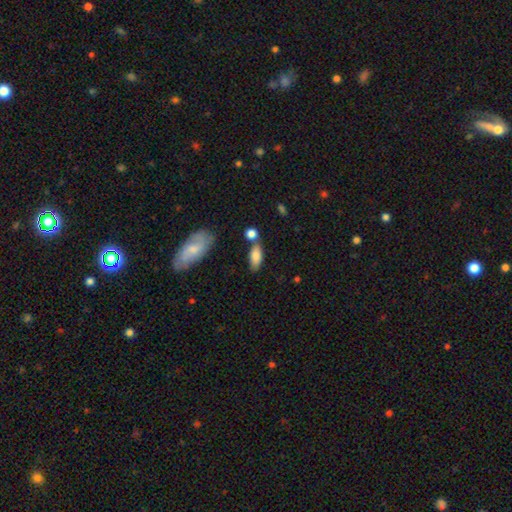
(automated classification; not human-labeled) The model was most divided on "merging": none: 61%, merger: 18%, minor disturbance: 16%, major disturbance: 5%. More confident: smooth or featured — smooth (82%); how rounded — in between (81%).